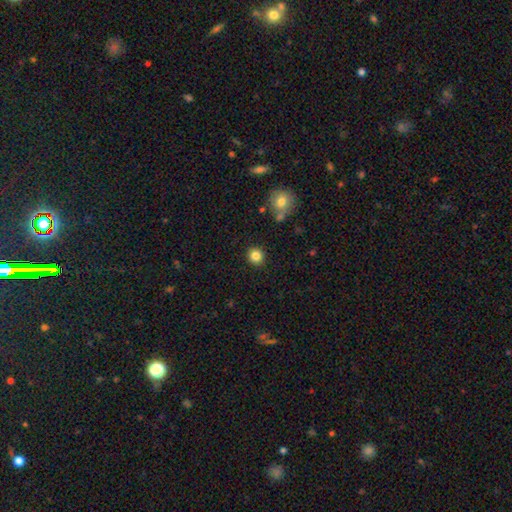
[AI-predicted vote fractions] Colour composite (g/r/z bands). It shows a smooth galaxy with no disk features (84%) that is round (91%). Merging: none (90%).